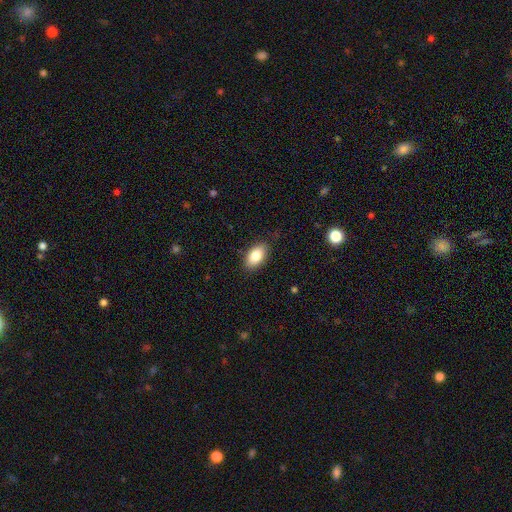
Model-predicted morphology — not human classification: This appears to be a smooth galaxy with no disk features (83%) that is in between round and cigar-shaped (92%). Merging: none (85%).